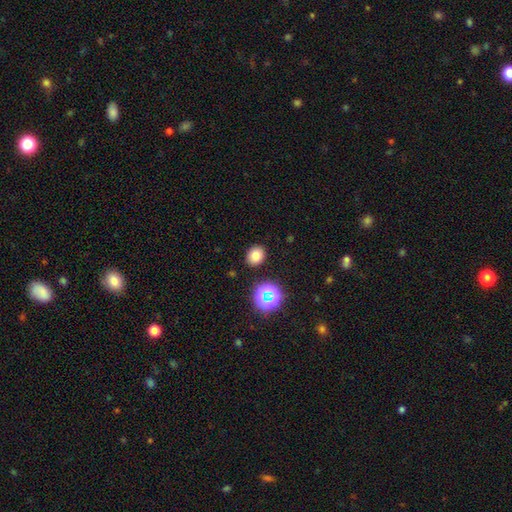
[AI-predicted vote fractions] The model was most divided on "how rounded": round: 57%, in between: 42%, cigar-shaped: 1%. More confident: merging — none (88%); smooth or featured — smooth (77%).